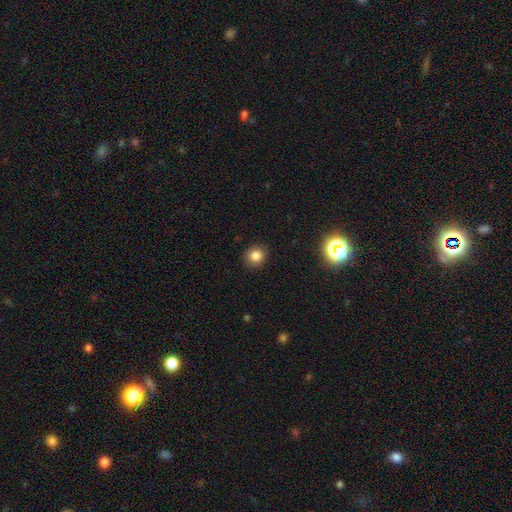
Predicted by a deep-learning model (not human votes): Smooth or featured? smooth (82%)
How rounded? round (86%)
Merging? none (89%)